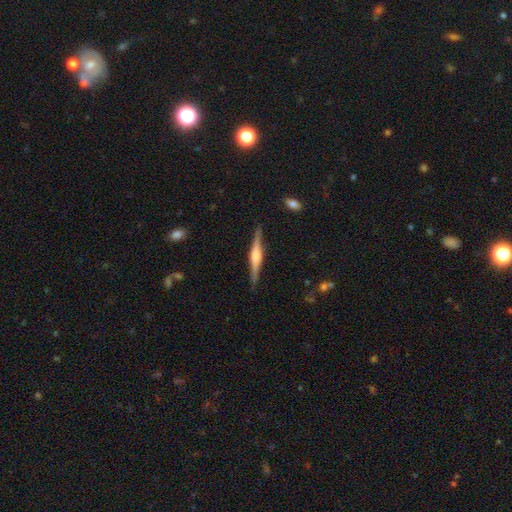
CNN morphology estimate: A featured or disk galaxy (77%) viewed edge-on (98%) with a rounded central bulge (77%).

Vote fractions:
- Smooth or featured? featured or disk: 77% / smooth: 18% / star or artifact: 5%
- Edge-on disk? yes: 98% / no: 2%
- Edge-on bulge? rounded: 77% / boxy: 18% / none: 5%
- Merging? none: 90% / minor disturbance: 8% / major disturbance: 2% / merger: 1%